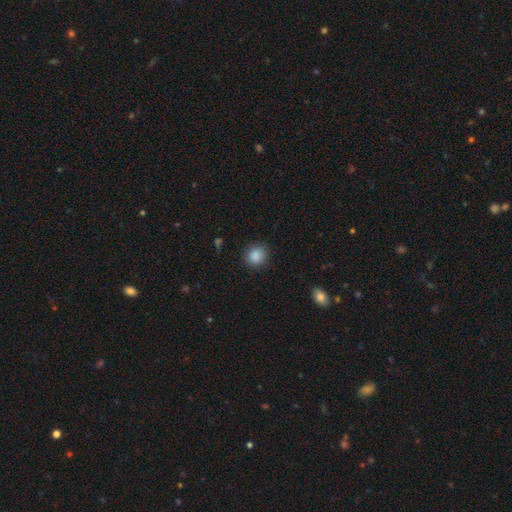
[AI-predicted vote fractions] Morphology: type=smooth (87%); roundness=round (85%); merging=none (85%).